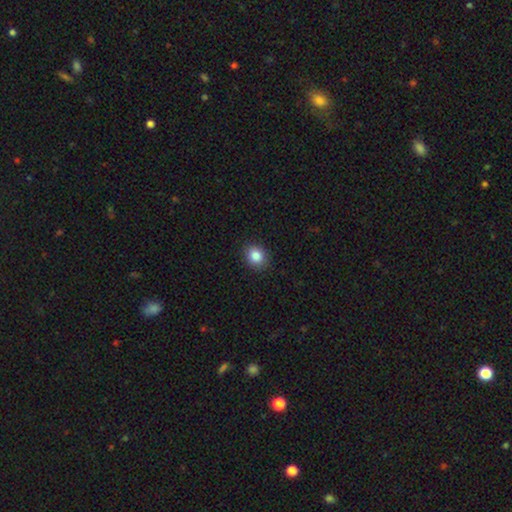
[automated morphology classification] The model was most divided on "how rounded": round: 62%, in between: 37%, cigar-shaped: 1%. More confident: merging — none (90%); smooth or featured — smooth (85%).